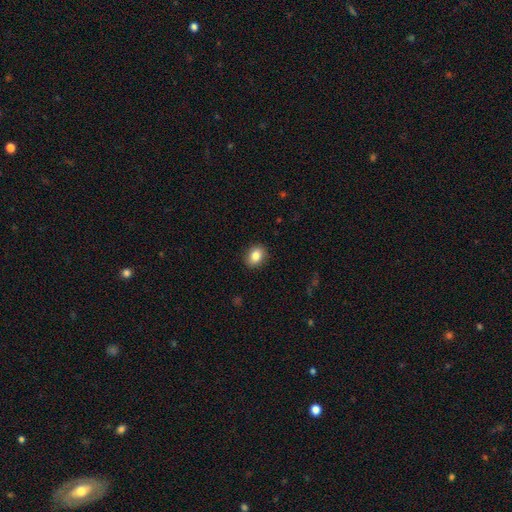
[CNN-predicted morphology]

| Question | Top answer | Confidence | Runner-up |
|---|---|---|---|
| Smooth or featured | smooth | 85% | star or artifact (9%) |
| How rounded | in between | 60% | round (39%) |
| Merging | none | 89% | minor disturbance (8%) |